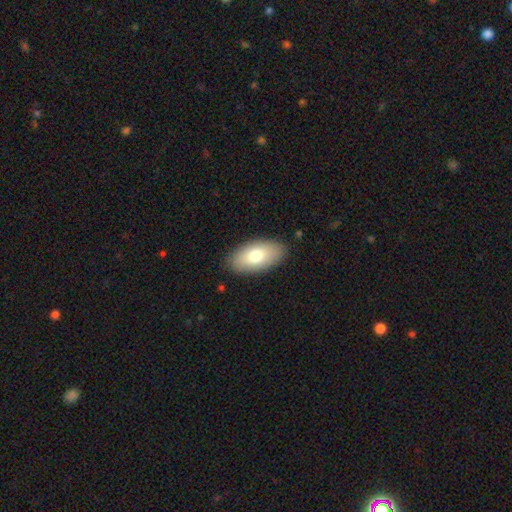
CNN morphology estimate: smooth-or-featured: smooth: 76% | featured or disk: 18% | star or artifact: 7%
  how-rounded: in between: 94% | round: 3% | cigar-shaped: 3%
  merging: none: 87% | minor disturbance: 9% | major disturbance: 2% | merger: 1%